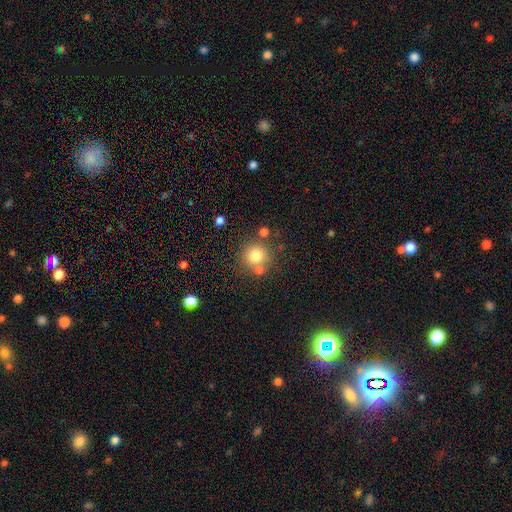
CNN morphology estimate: Overall: smooth (77%). How rounded: round (91%). Merging: none (71%).